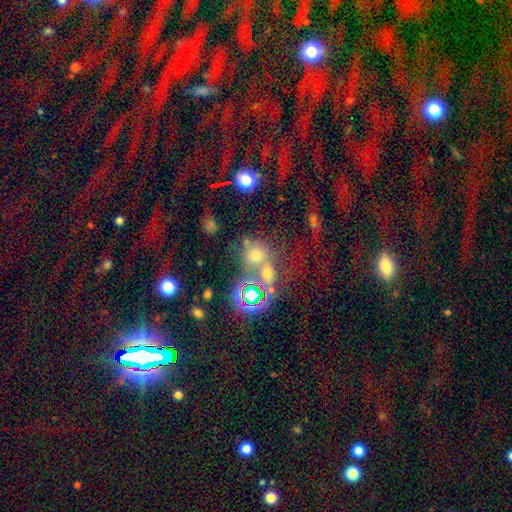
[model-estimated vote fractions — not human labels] This is possibly a smooth galaxy (54%). How rounded: likely round (74%). Merging: possibly merger (47%).